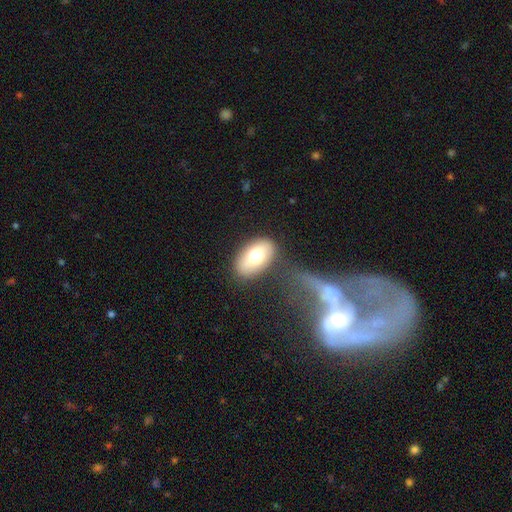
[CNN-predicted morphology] The model was most divided on "smooth or featured": smooth: 72%, featured or disk: 21%, star or artifact: 7%. More confident: how rounded — in between (91%); merging — none (77%).